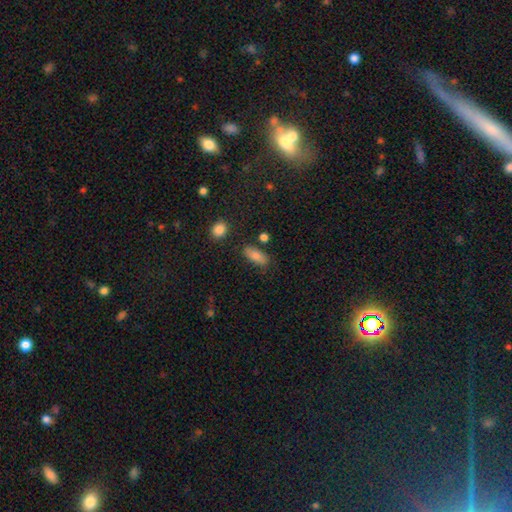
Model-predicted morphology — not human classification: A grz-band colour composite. It shows a smooth galaxy with no disk features (78%) that is in between round and cigar-shaped (80%). Merging: none (78%).